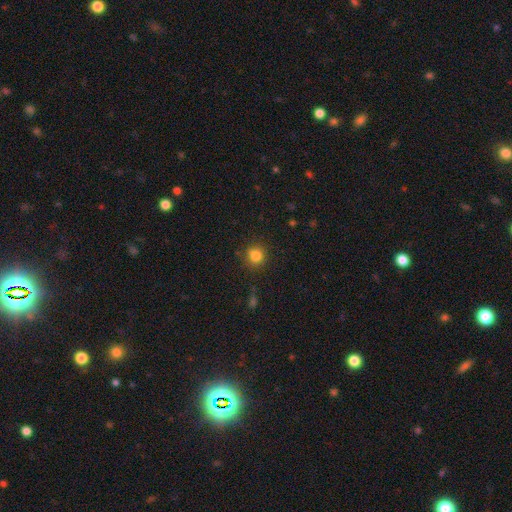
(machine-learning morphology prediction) This appears to be a smooth galaxy with no disk features (82%) that is round (88%). Merging: none (85%).